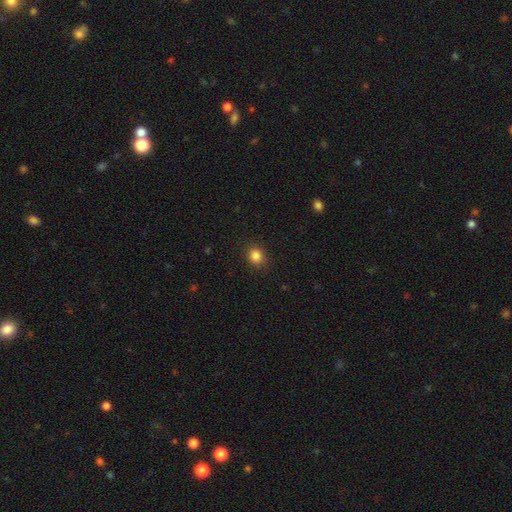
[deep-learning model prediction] Overall: smooth (85%). How rounded: round (73%). Merging: none (87%).